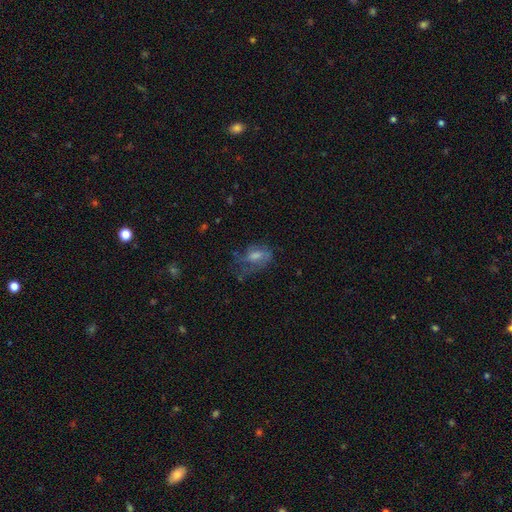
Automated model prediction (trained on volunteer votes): This is possibly a featured or disk galaxy (49%). Merging: possibly none (47%).